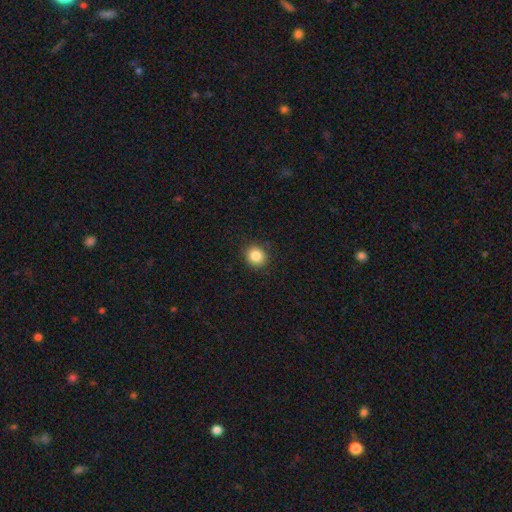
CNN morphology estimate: Overall: smooth (85%). How rounded: round (88%). Merging: none (91%).